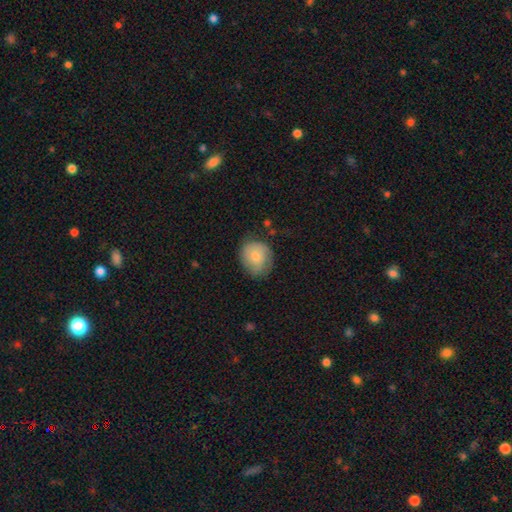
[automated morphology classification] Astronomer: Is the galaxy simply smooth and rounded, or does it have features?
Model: smooth — 69%.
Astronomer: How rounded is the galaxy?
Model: round — 73%.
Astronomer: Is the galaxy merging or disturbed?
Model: none — 65%.